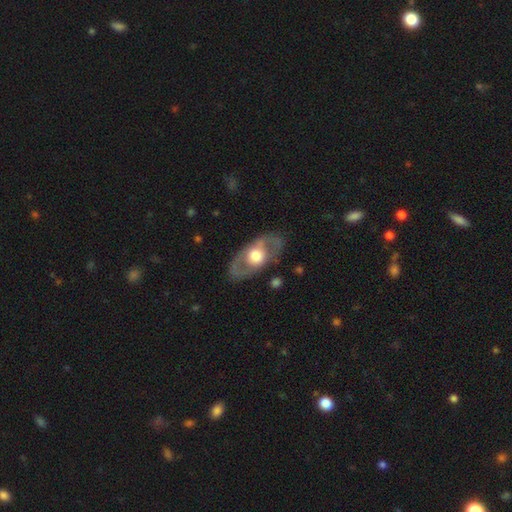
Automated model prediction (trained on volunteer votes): A featured or disk galaxy (61%) with no bar (81%), no spiral arms (74%) and a moderate central bulge (48%). Merging: none (81%).